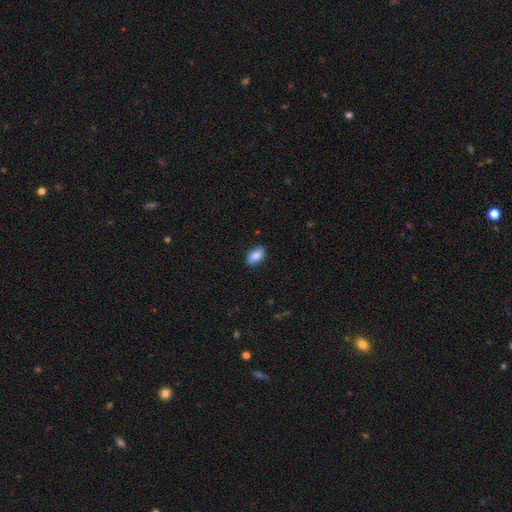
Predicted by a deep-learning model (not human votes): The model was most divided on "smooth or featured": smooth: 77%, featured or disk: 16%, star or artifact: 7%. More confident: how rounded — in between (90%); merging — none (81%).